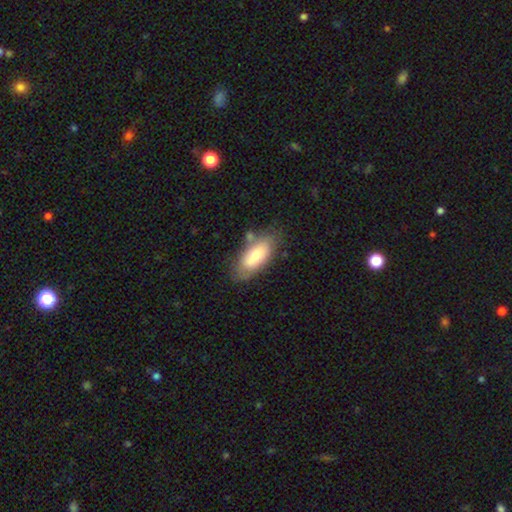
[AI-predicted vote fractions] smooth 65%, featured or disk 29%, star or artifact 6%. Down the decision tree: how rounded — in between (84%); merging — none (72%).